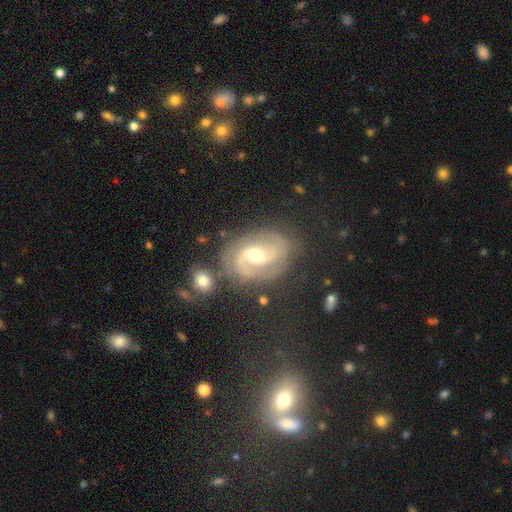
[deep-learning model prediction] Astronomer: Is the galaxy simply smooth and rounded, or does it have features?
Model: featured or disk — 85%.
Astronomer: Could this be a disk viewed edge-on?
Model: no — 97%.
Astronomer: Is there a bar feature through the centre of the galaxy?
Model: weak — 50% (runner-up: no, 31%).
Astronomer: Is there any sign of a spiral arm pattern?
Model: yes — 95%.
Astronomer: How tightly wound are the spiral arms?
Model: tight — 44%, tied with medium at 44%.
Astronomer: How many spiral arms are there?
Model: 2 — 79%.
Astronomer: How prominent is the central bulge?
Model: moderate — 71%.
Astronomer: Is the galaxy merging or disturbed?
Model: none — 71%.